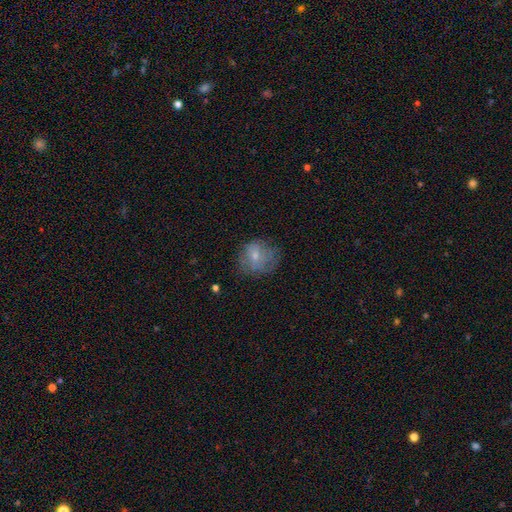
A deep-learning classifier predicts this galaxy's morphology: Q: Smooth or featured?
A: smooth (58%); runner-up: featured or disk (32%)
Q: How rounded?
A: round (74%); runner-up: in between (25%)
Q: Merging?
A: none (60%); runner-up: minor disturbance (25%)